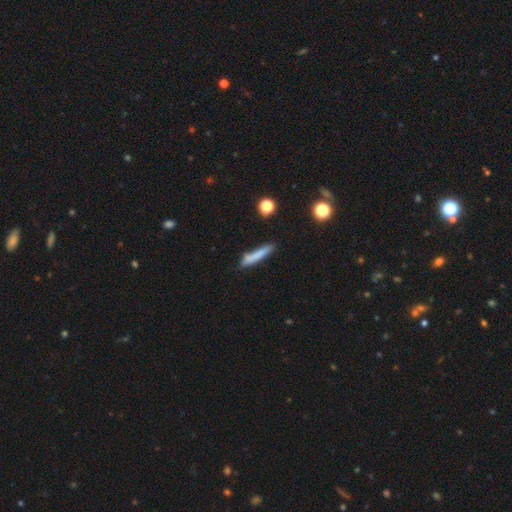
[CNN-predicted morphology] A smooth galaxy with no disk features (74%) that is cigar-shaped (92%). Merging: none (72%).